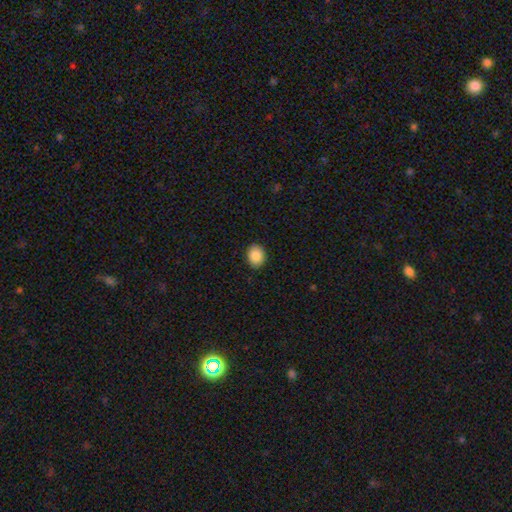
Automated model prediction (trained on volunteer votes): A smooth galaxy with no disk features (87%) that is in between round and cigar-shaped (51%). Merging: none (90%).